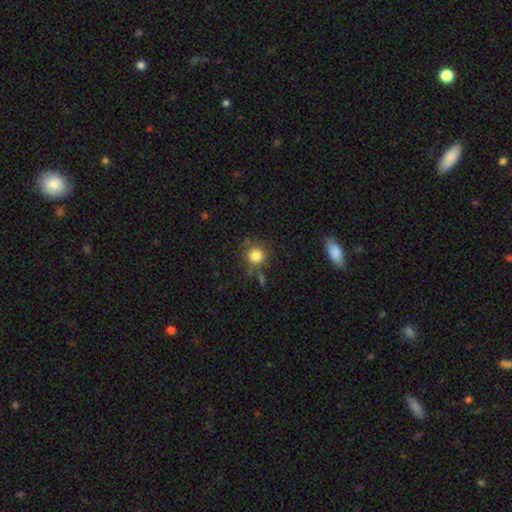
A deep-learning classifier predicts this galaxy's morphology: smooth-or-featured: smooth: 83% | star or artifact: 11% | featured or disk: 6%
  how-rounded: round: 93% | in between: 6% | cigar-shaped: 1%
  merging: none: 78% | minor disturbance: 11% | merger: 7% | major disturbance: 4%